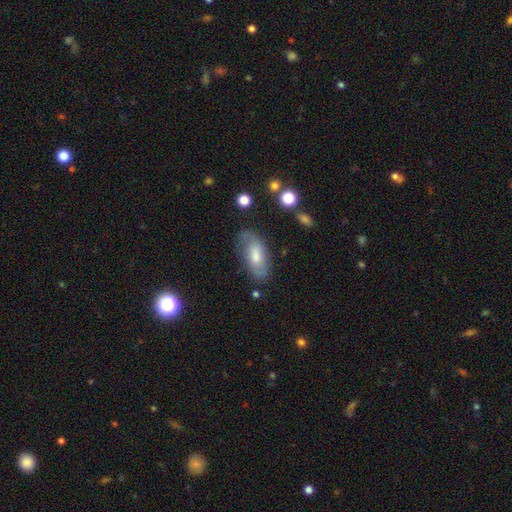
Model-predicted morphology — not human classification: Smooth or featured: smooth — 53% (featured or disk — 38%)
How rounded: in between — 86% (cigar-shaped — 10%)
Merging: none — 70% (minor disturbance — 21%)